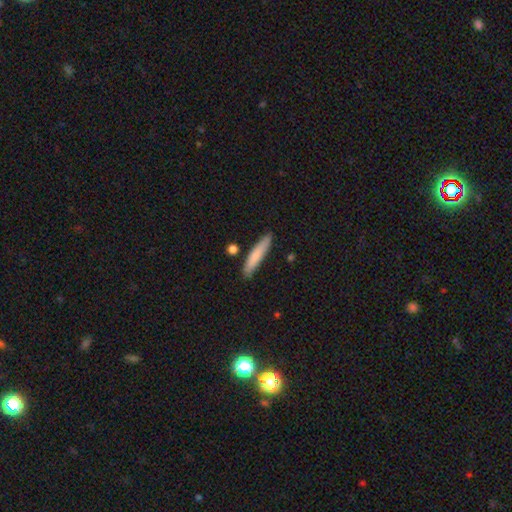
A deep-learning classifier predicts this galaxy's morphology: smooth 77%, featured or disk 17%, star or artifact 6%. Down the decision tree: how rounded — cigar-shaped (88%); merging — none (84%).